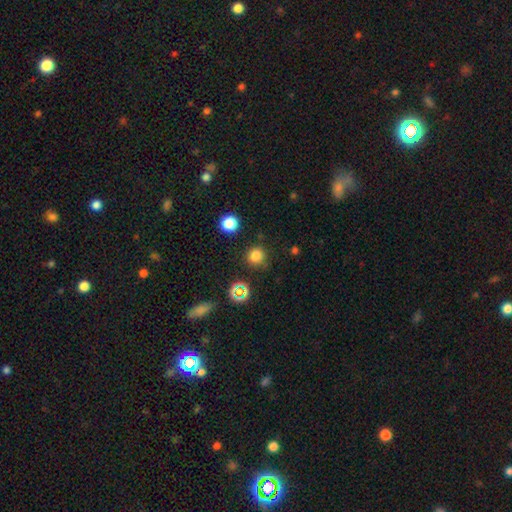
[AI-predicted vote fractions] Smooth or featured? Predicted: smooth (p=0.77). How rounded? Predicted: round (p=0.94). Merging? Predicted: none (p=0.86).